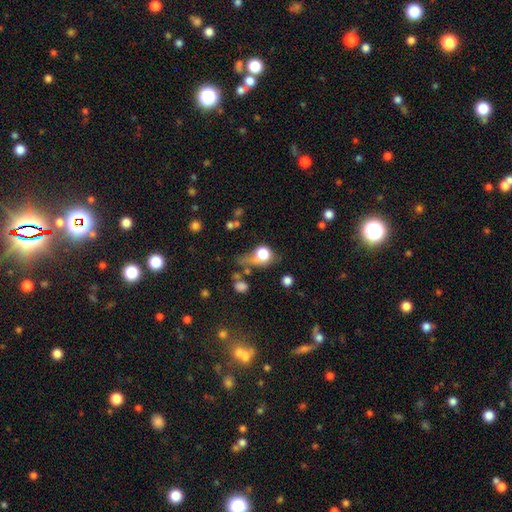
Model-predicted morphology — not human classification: This appears to be a smooth galaxy with no disk features (71%) that is round (63%). Merging: major disturbance (35%).